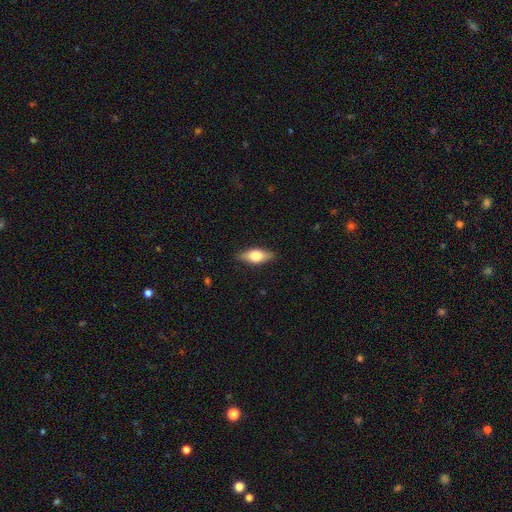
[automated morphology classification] Overall: smooth (60%; featured or disk 33%). How rounded: in between (75%). Merging: none (86%).